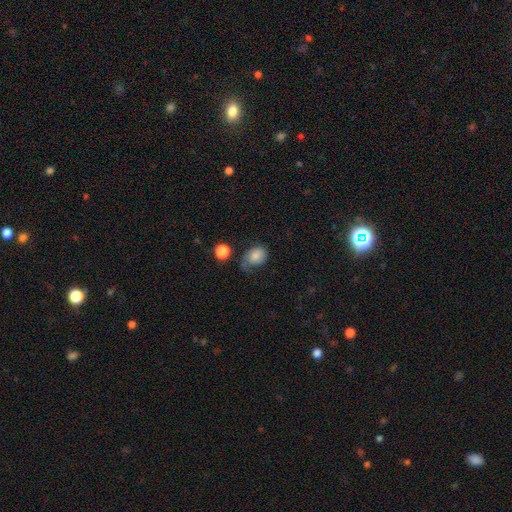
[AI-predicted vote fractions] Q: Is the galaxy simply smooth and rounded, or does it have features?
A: smooth — 65%.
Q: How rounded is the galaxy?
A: in between — 58%.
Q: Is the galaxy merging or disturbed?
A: none — 36%.